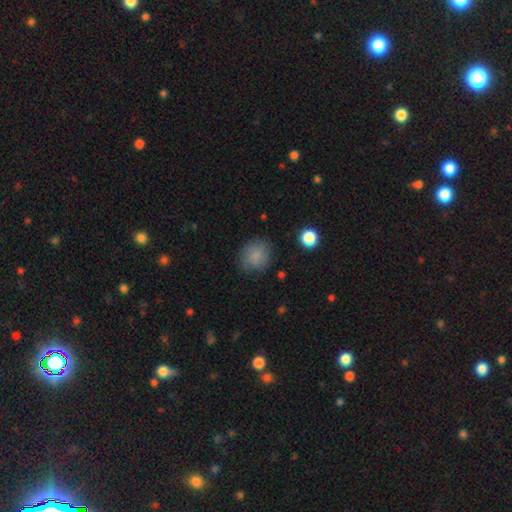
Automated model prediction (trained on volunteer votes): Smooth or featured: smooth — 80% (featured or disk — 10%)
How rounded: round — 77% (in between — 22%)
Merging: none — 72% (minor disturbance — 20%)